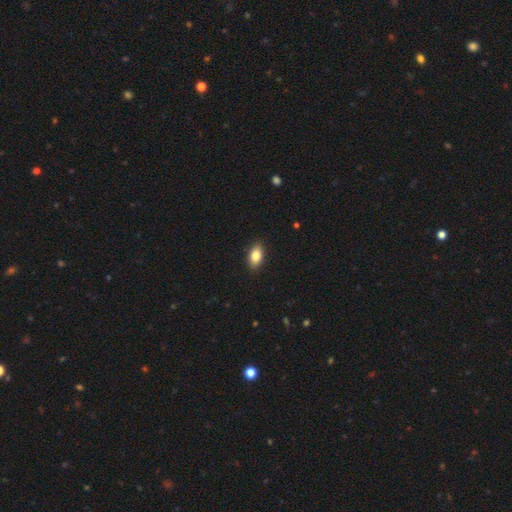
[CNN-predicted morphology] Smooth or featured? Predicted: smooth (p=0.85). How rounded? Predicted: in between (p=0.91). Merging? Predicted: none (p=0.89).